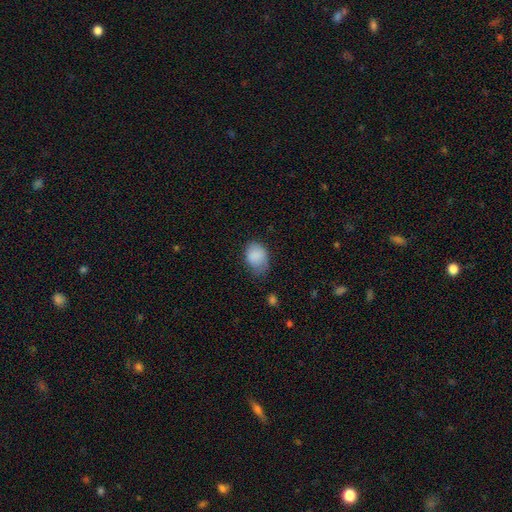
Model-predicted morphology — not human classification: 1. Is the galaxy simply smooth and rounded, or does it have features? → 87% smooth, 8% star or artifact, 6% featured or disk.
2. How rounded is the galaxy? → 69% in between, 30% round, 1% cigar-shaped.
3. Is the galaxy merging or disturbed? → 51% none, 37% minor disturbance, 10% major disturbance, 2% merger.